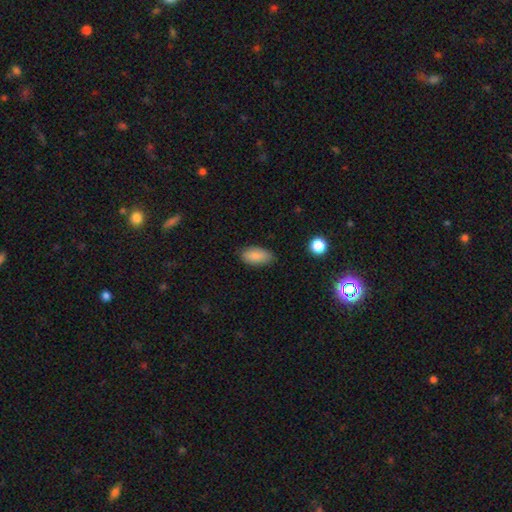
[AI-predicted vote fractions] smooth_or_featured: smooth (p=0.85) [alt: featured or disk p=0.08]
how_rounded: in between (p=0.91) [alt: cigar-shaped p=0.06]
merging: none (p=0.83) [alt: minor disturbance p=0.13]